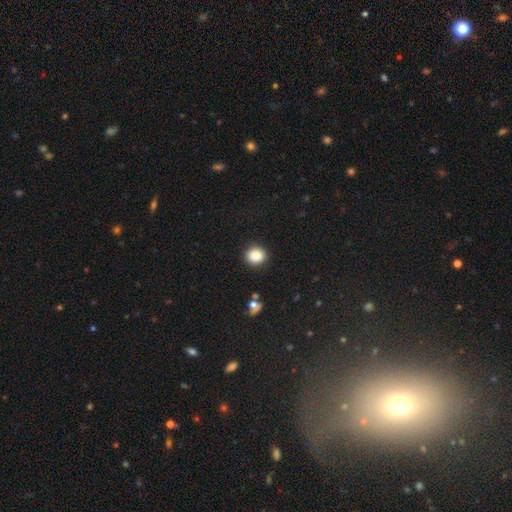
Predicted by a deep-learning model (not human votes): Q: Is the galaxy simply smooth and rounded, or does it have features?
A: smooth — 87%.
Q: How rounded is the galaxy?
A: round — 85%.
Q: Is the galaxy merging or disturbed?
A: none — 90%.